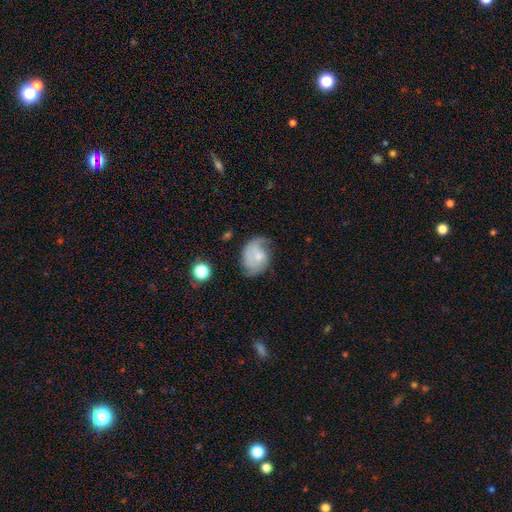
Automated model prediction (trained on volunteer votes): This appears to be a featured or disk galaxy (54%) with no bar (68%), spiral arms (81%) and a small central bulge (53%). Merging: none (47%).